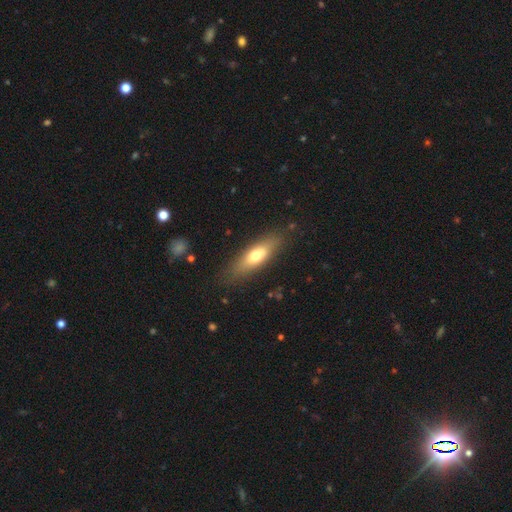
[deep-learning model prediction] smooth-or-featured: smooth: 62% | featured or disk: 31% | star or artifact: 7%
  how-rounded: in between: 50% | cigar-shaped: 47% | round: 3%
  merging: none: 82% | minor disturbance: 13% | major disturbance: 4% | merger: 2%